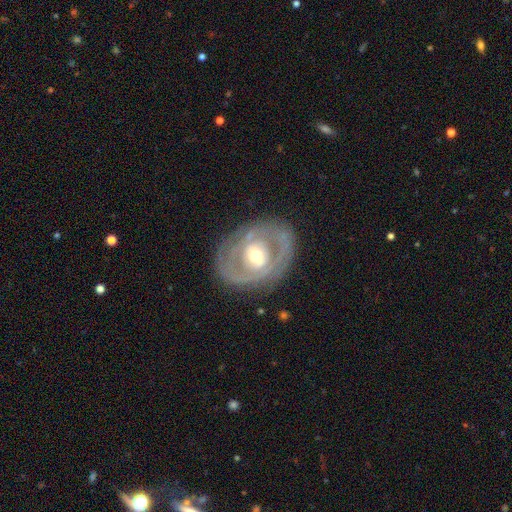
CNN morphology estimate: smooth-or-featured: featured or disk: 77% | smooth: 17% | star or artifact: 6%
  disk-edge-on: no: 95% | yes: 5%
    bar: no: 45% | weak: 37% | strong: 18%
    has-spiral-arms: yes: 70% | no: 30%
      spiral-winding: tight: 54% | medium: 34% | loose: 12%
      spiral-arm-count: 2: 62% | can't tell: 22% | 1: 6% | 3: 6% | 4: 2% | more than 4: 2%
    bulge-size: moderate: 67% | small: 24% | large: 7% | dominant: 1% | none: 1%
  merging: none: 77% | minor disturbance: 15% | major disturbance: 6% | merger: 1%